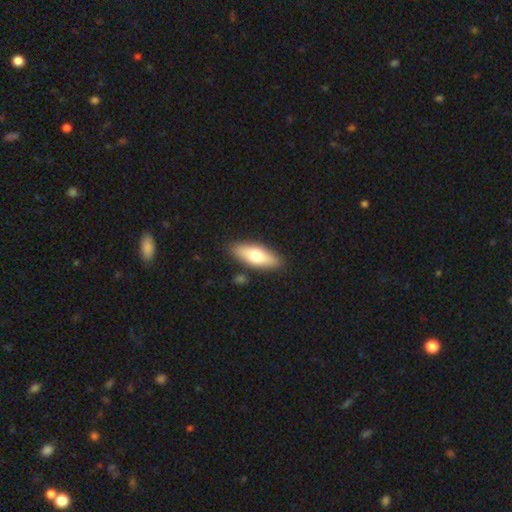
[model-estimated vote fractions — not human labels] A smooth galaxy with no disk features (66%) that is in between round and cigar-shaped (67%). Merging: none (86%).